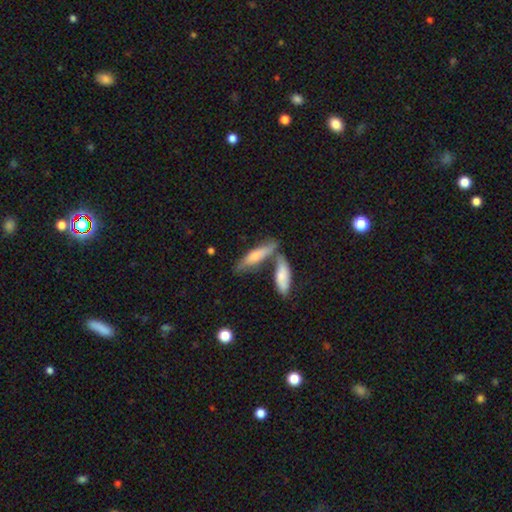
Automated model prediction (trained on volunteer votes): Smooth or featured? Predicted: smooth (p=0.58). How rounded? Predicted: cigar-shaped (p=0.65). Merging? Predicted: none (p=0.43).